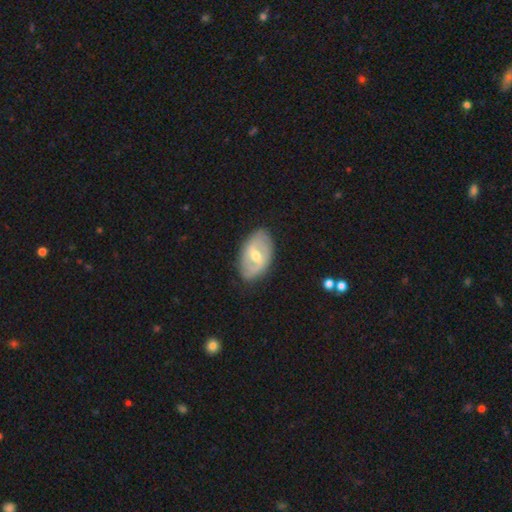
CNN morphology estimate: A featured or disk galaxy (68%) with a weak bar (54%), spiral arms (70%) and a moderate central bulge (68%). Merging: none (81%).